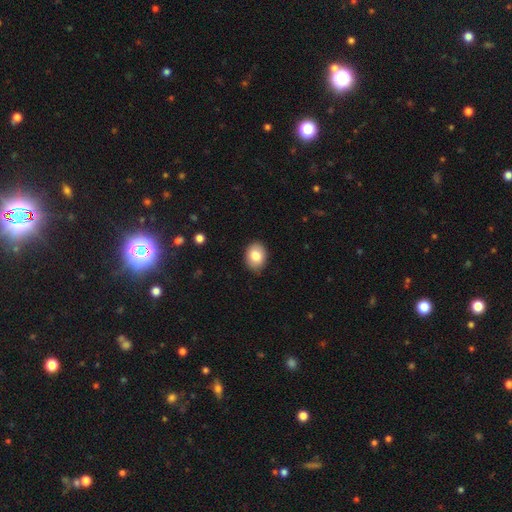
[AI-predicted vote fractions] Morphology: type=smooth (82%); roundness=in between (65%); merging=none (85%).